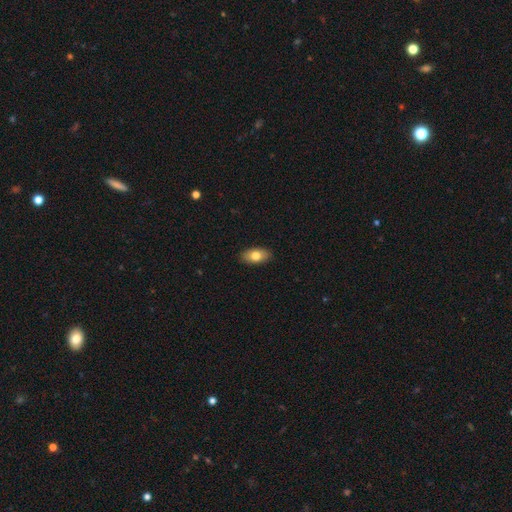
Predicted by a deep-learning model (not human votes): Smooth or featured?
  - smooth: 78% *
  - featured or disk: 15%
  - star or artifact: 7%
How rounded?
  - in between: 91% *
  - round: 5%
  - cigar-shaped: 4%
Merging?
  - none: 89% *
  - minor disturbance: 8%
  - major disturbance: 2%
  - merger: 1%